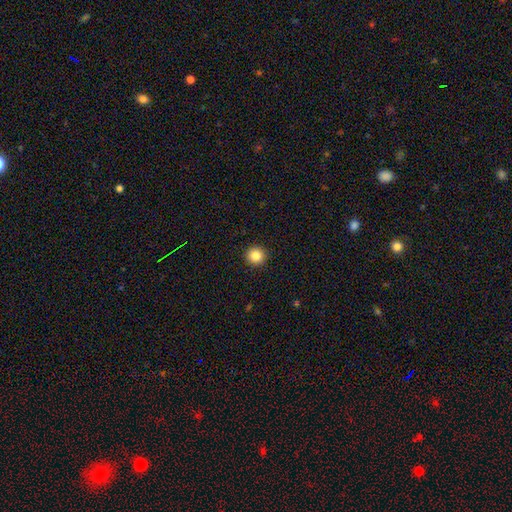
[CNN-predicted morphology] smooth-or-featured: smooth: 85% | star or artifact: 10% | featured or disk: 5%
  how-rounded: round: 95% | in between: 4% | cigar-shaped: 1%
  merging: none: 93% | minor disturbance: 4% | major disturbance: 2% | merger: 1%